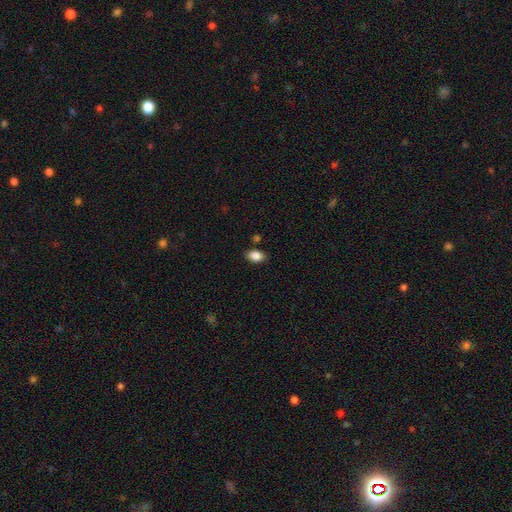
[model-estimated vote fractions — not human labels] Smooth or featured?
  - smooth: 86% *
  - star or artifact: 9%
  - featured or disk: 5%
How rounded?
  - in between: 82% *
  - round: 17%
  - cigar-shaped: 1%
Merging?
  - none: 80% *
  - minor disturbance: 14%
  - merger: 3%
  - major disturbance: 3%